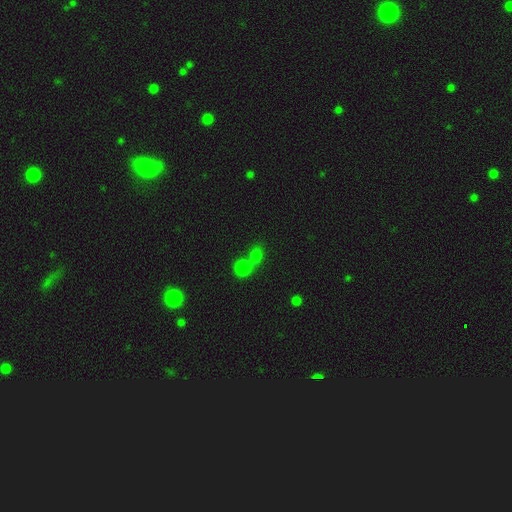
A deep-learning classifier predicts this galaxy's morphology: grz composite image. It shows a smooth galaxy with no disk features (76%) that is round (76%). Merging: none (53%).